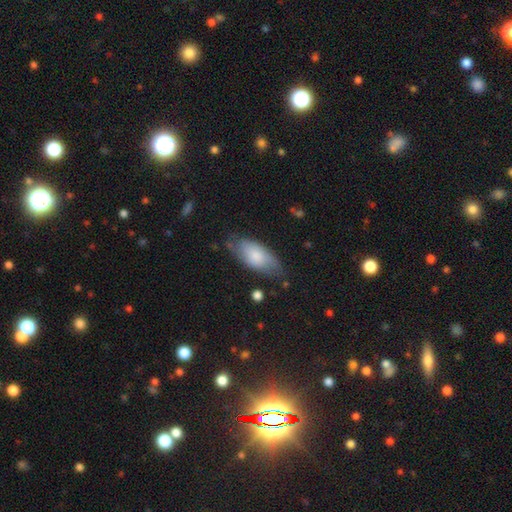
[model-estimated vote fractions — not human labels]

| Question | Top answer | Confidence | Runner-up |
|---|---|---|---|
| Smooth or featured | smooth | 73% | featured or disk (21%) |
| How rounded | in between | 90% | cigar-shaped (8%) |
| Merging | none | 66% | minor disturbance (25%) |